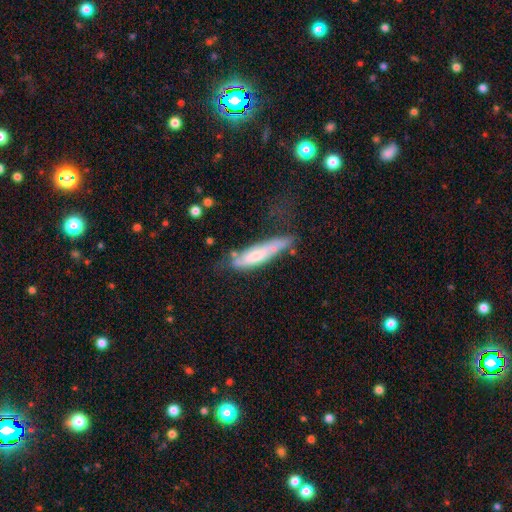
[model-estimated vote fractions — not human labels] A smooth galaxy with no disk features (59%) that is cigar-shaped (74%).

Vote fractions:
- Smooth or featured? smooth: 59% / featured or disk: 34% / star or artifact: 6%
- How rounded? cigar-shaped: 74% / in between: 24% / round: 2%
- Merging? none: 43% / minor disturbance: 30% / major disturbance: 16% / merger: 11%